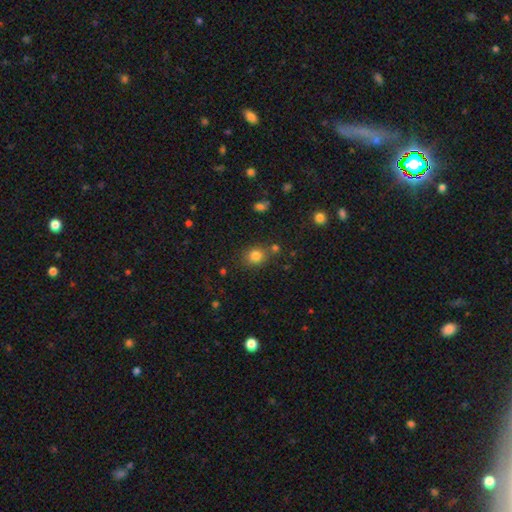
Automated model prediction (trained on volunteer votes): Overall: smooth (81%). How rounded: round (70%). Merging: none (72%).